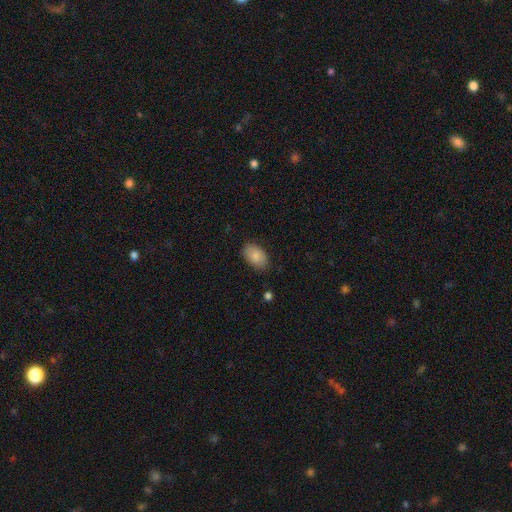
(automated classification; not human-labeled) Smooth or featured: smooth — 84% (featured or disk — 10%)
How rounded: in between — 92% (round — 6%)
Merging: none — 83% (minor disturbance — 13%)